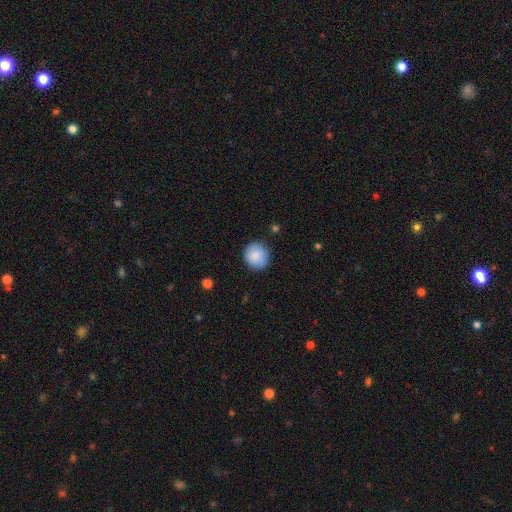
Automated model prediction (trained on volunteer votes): A smooth galaxy with no disk features (87%) that is round (90%).

Vote fractions:
- Smooth or featured? smooth: 87% / star or artifact: 7% / featured or disk: 6%
- How rounded? round: 90% / in between: 9% / cigar-shaped: 1%
- Merging? none: 84% / minor disturbance: 12% / major disturbance: 3% / merger: 1%